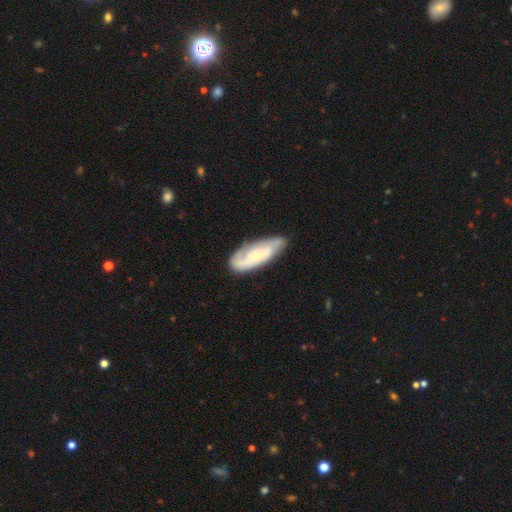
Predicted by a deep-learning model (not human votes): A featured or disk galaxy (62%) with no bar (66%), spiral arms (85%) and a small central bulge (63%). Merging: none (66%).